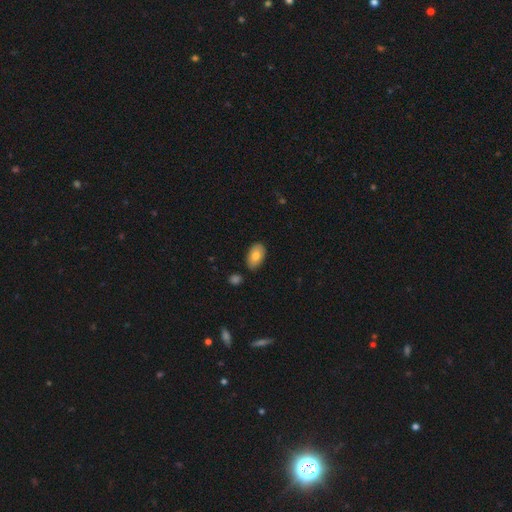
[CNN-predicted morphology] A smooth galaxy with no disk features (80%) that is in between round and cigar-shaped (94%). Merging: none (81%).